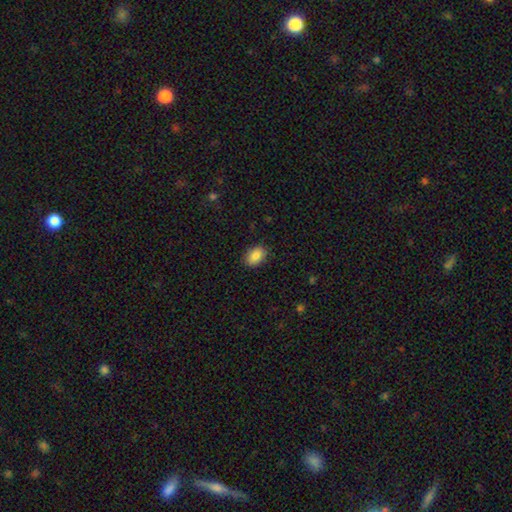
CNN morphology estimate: smooth 86%, star or artifact 8%, featured or disk 6%. Down the decision tree: how rounded — in between (83%); merging — none (87%).